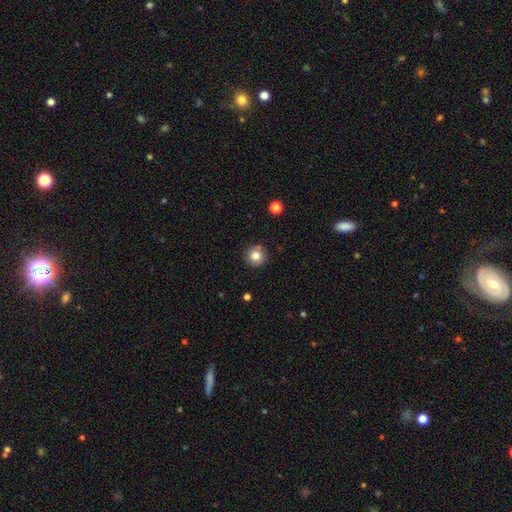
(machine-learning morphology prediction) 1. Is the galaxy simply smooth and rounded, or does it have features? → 81% smooth, 11% star or artifact, 8% featured or disk.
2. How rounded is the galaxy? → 94% round, 5% in between, 1% cigar-shaped.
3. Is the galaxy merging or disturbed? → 85% none, 9% minor disturbance, 4% merger, 2% major disturbance.